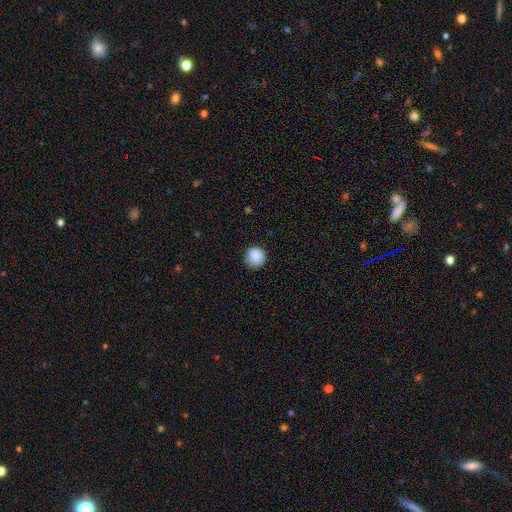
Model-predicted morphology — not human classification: A smooth galaxy with no disk features (88%) that is round (93%).

Vote fractions:
- Smooth or featured? smooth: 88% / star or artifact: 8% / featured or disk: 3%
- How rounded? round: 93% / in between: 6% / cigar-shaped: 1%
- Merging? none: 84% / minor disturbance: 13% / major disturbance: 3% / merger: 1%